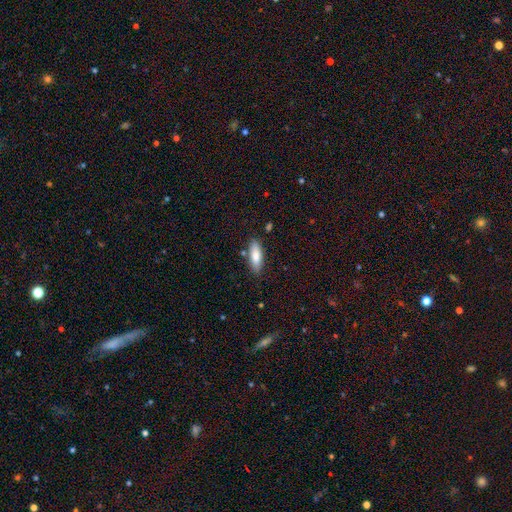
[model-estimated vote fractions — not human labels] The model was most divided on "how rounded": in between: 58%, cigar-shaped: 40%, round: 2%. More confident: merging — none (83%); smooth or featured — smooth (77%).